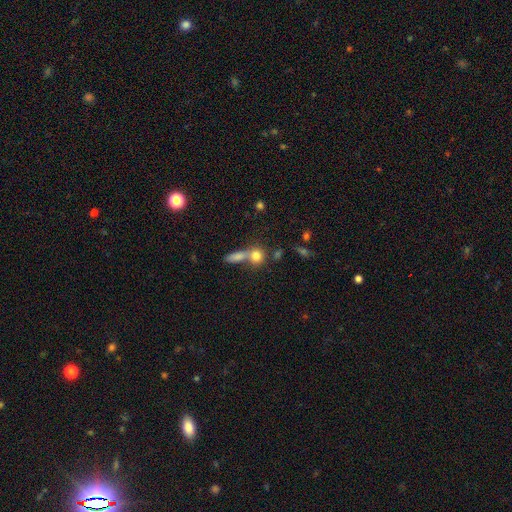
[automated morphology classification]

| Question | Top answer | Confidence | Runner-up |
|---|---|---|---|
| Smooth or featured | smooth | 78% | featured or disk (11%) |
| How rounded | round | 75% | in between (20%) |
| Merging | none | 45% | merger (42%) |